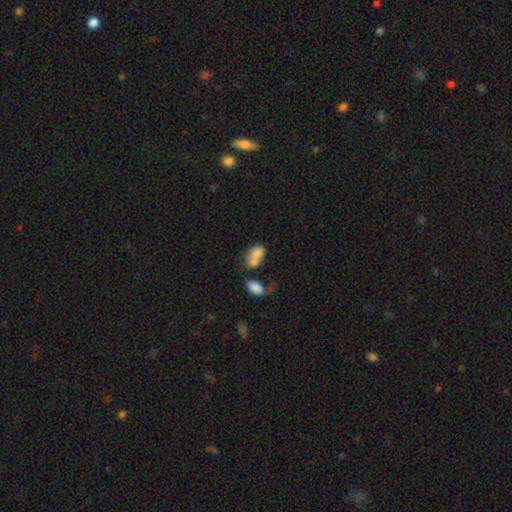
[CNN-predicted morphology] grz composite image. It shows a smooth galaxy with no disk features (76%) that is in between round and cigar-shaped (82%). Merging: merger (55%).